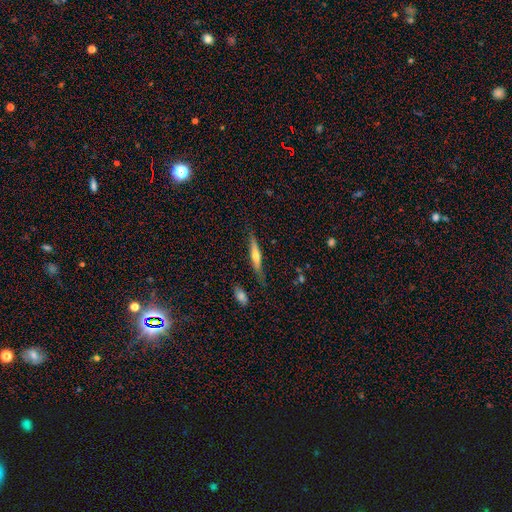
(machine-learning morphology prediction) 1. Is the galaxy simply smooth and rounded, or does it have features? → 50% featured or disk, 43% smooth, 7% star or artifact.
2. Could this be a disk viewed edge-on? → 94% yes, 6% no.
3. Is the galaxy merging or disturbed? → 78% none, 16% minor disturbance, 4% major disturbance, 2% merger.